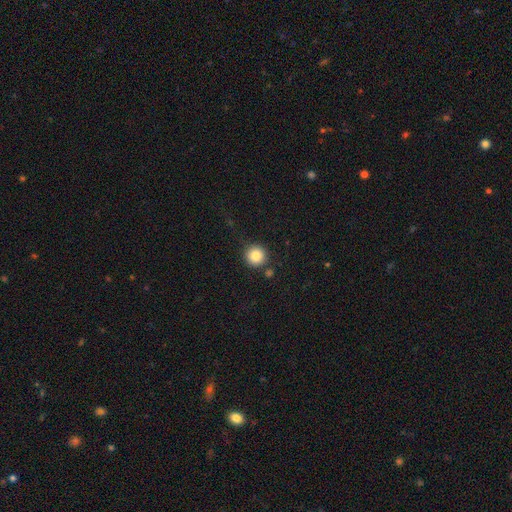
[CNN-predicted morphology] smooth 84%, star or artifact 10%, featured or disk 6%. Down the decision tree: how rounded — round (96%); merging — none (84%).